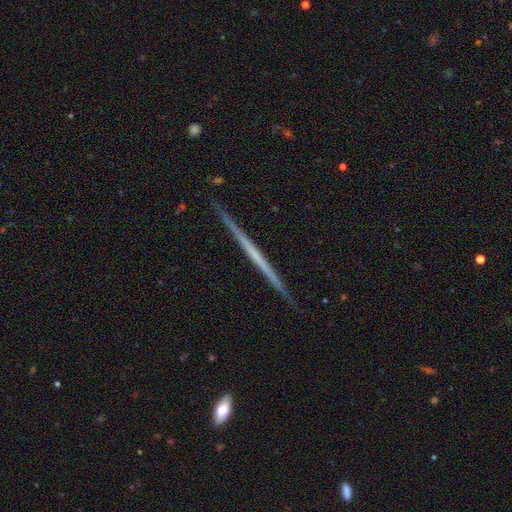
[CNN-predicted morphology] smooth-or-featured: featured or disk: 68% | smooth: 27% | star or artifact: 5%
  disk-edge-on: yes: 98% | no: 2%
    edge-on-bulge: none: 92% | rounded: 6% | boxy: 3%
  merging: none: 92% | minor disturbance: 6% | major disturbance: 1% | merger: 1%